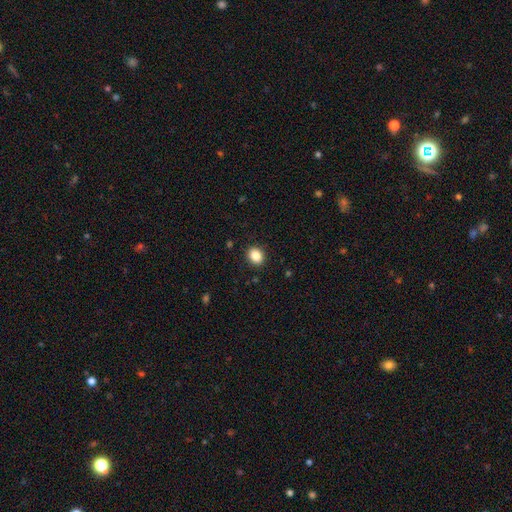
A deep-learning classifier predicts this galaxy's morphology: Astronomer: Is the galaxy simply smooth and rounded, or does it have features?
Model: smooth — 86%.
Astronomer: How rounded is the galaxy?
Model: round — 57% (runner-up: in between, 42%).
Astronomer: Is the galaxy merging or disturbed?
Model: none — 90%.